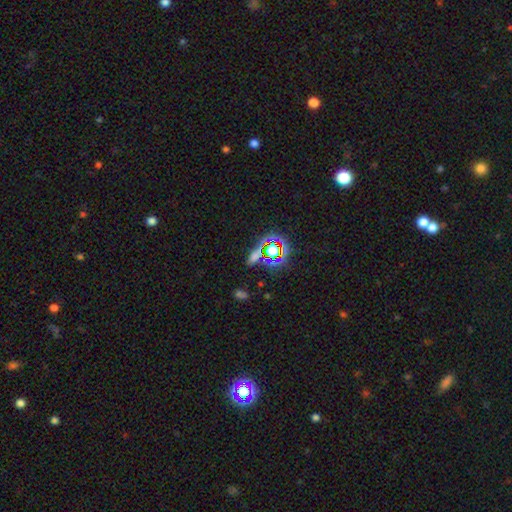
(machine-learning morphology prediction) Smooth or featured: star or artifact — 52% (smooth — 37%)